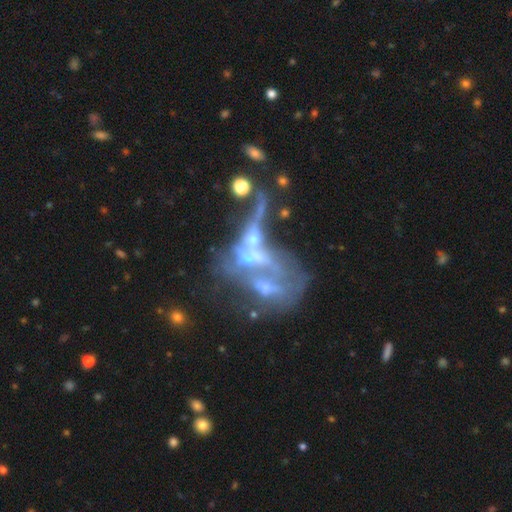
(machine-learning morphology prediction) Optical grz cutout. It shows a featured or disk galaxy (67%) with no bar (74%), no spiral arms (74%) and a small central bulge (33%). Merging: merger (62%).